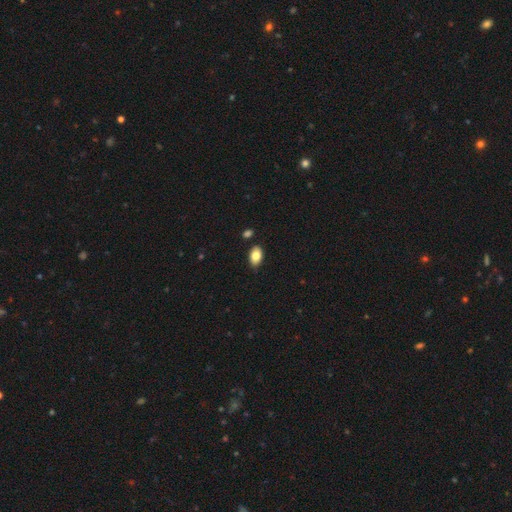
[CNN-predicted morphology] The model was most divided on "merging": none: 84%, minor disturbance: 11%, merger: 3%, major disturbance: 2%. More confident: how rounded — in between (92%); smooth or featured — smooth (83%).